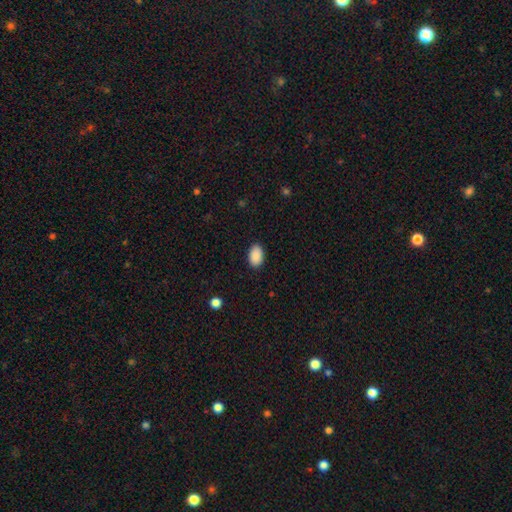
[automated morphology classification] smooth-or-featured: smooth: 90% | star or artifact: 7% | featured or disk: 3%
  how-rounded: in between: 90% | round: 9% | cigar-shaped: 1%
  merging: none: 88% | minor disturbance: 9% | major disturbance: 2% | merger: 1%